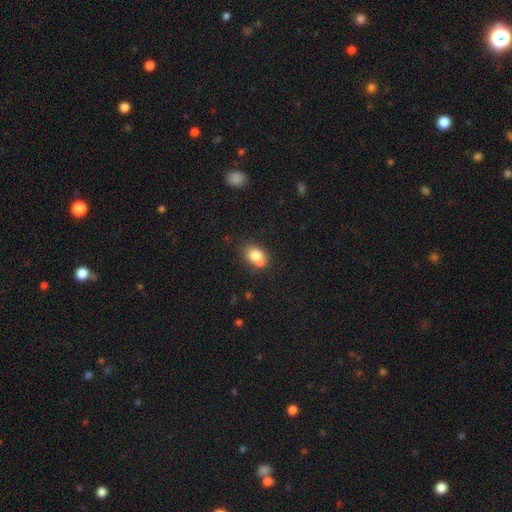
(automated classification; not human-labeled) Smooth or featured?
  - smooth: 77% *
  - featured or disk: 14%
  - star or artifact: 10%
How rounded?
  - in between: 64% *
  - round: 34%
  - cigar-shaped: 1%
Merging?
  - none: 48% *
  - merger: 30%
  - minor disturbance: 17%
  - major disturbance: 5%